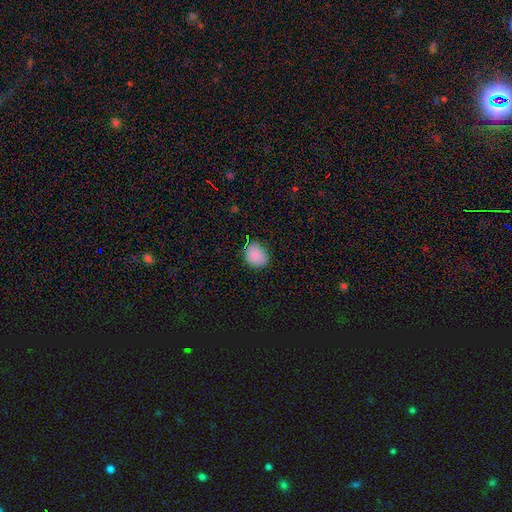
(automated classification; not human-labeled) The model was most divided on "how rounded": round: 53%, in between: 46%, cigar-shaped: 1%. More confident: smooth or featured — smooth (88%); merging — none (79%).